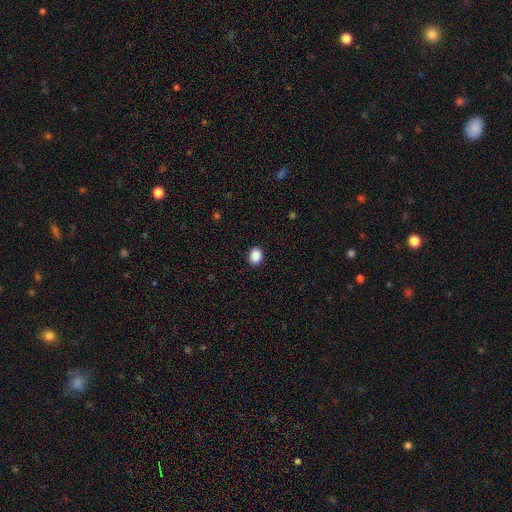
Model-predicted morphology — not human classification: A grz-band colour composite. It shows a smooth galaxy with no disk features (89%) that is round (52%). Merging: none (91%).